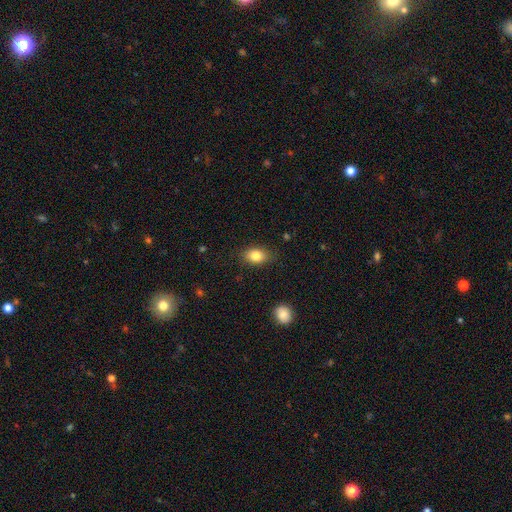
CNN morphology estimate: Smooth or featured? Predicted: smooth (p=0.83). How rounded? Predicted: in between (p=0.76). Merging? Predicted: none (p=0.84).